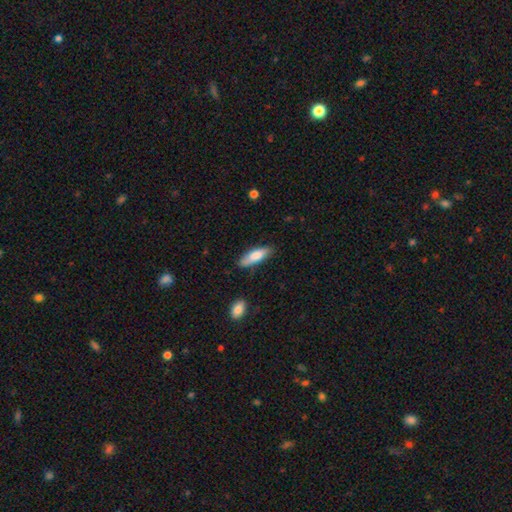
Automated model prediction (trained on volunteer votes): A smooth galaxy with no disk features (76%) that is in between round and cigar-shaped (54%).

Vote fractions:
- Smooth or featured? smooth: 76% / featured or disk: 18% / star or artifact: 6%
- How rounded? in between: 54% / cigar-shaped: 44% / round: 2%
- Merging? none: 77% / minor disturbance: 18% / major disturbance: 3% / merger: 2%